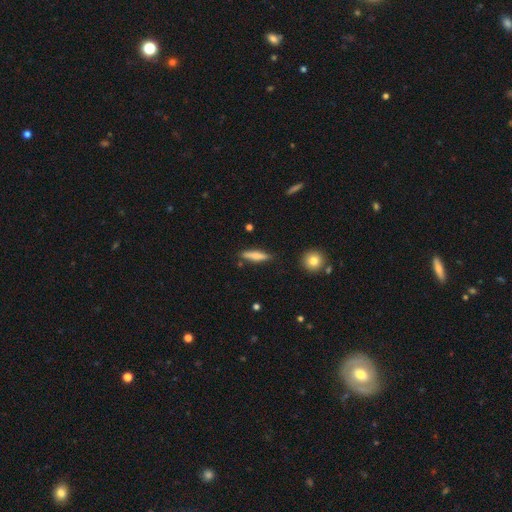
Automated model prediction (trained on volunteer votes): Smooth or featured? smooth (70%)
How rounded? cigar-shaped (80%)
Merging? none (83%)